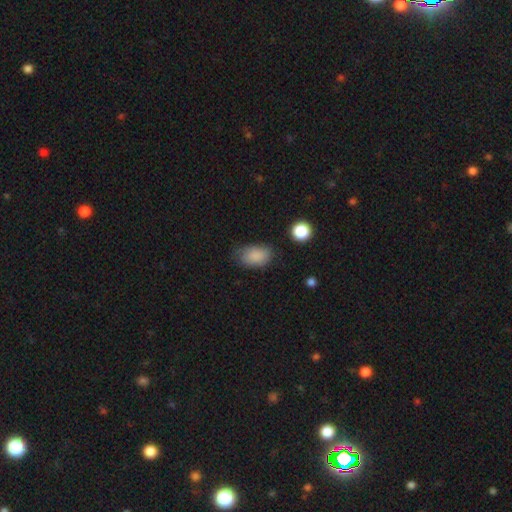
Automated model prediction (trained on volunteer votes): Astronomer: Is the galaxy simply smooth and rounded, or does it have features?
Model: smooth — 85%.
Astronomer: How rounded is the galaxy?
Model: in between — 87%.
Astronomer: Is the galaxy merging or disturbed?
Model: none — 64%.